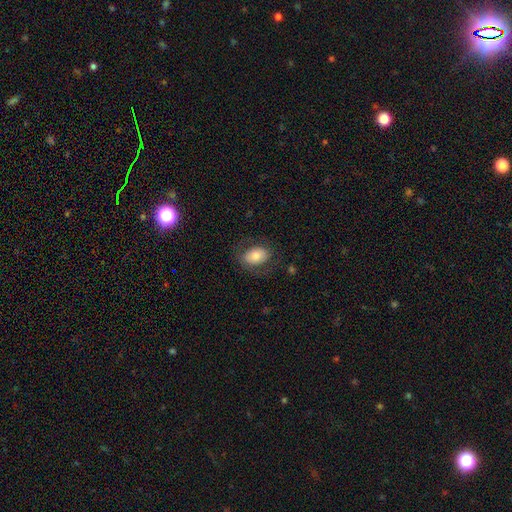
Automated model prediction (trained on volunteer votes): smooth 71%, featured or disk 22%, star or artifact 7%. Down the decision tree: how rounded — in between (83%); merging — none (72%).